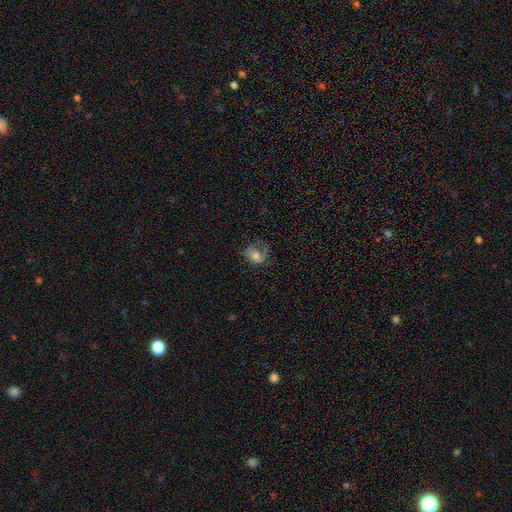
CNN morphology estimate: This appears to be a smooth galaxy with no disk features (61%) that is in between round and cigar-shaped (50%). Merging: major disturbance (36%, tied with none).